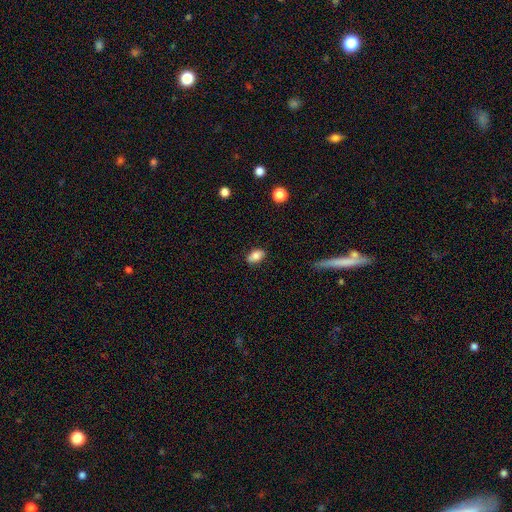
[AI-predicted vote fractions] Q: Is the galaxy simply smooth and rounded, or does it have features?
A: smooth — 82%.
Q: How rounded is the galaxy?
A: in between — 89%.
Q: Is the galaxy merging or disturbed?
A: none — 82%.